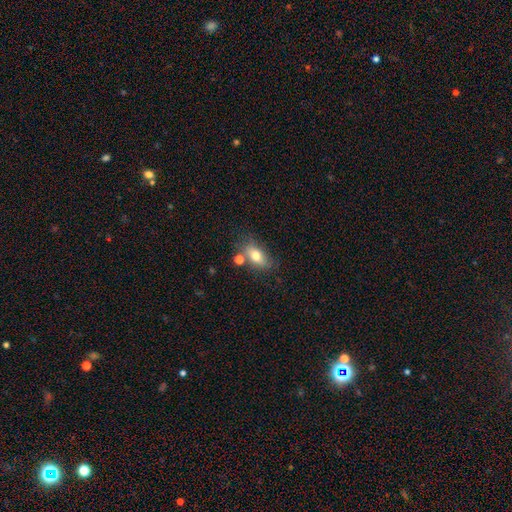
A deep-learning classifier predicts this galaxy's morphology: Smooth or featured? Predicted: smooth (p=0.74). How rounded? Predicted: in between (p=0.83). Merging? Predicted: none (p=0.65).